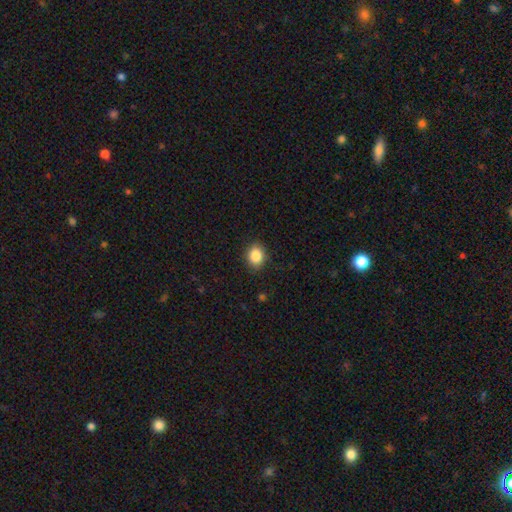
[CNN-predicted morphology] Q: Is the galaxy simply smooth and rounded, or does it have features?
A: smooth — 87%.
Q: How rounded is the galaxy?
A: in between — 50%.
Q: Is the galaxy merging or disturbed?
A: none — 87%.